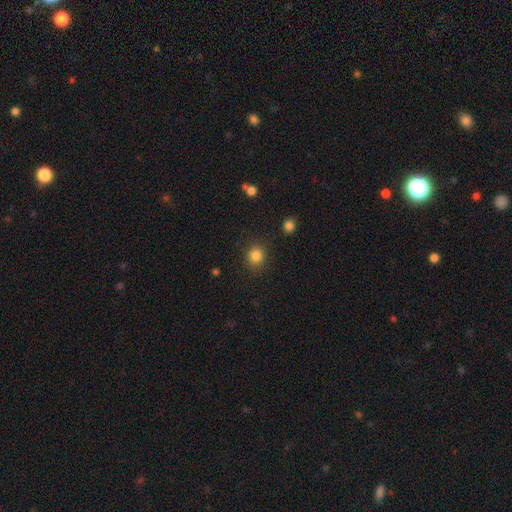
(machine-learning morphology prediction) A smooth galaxy with no disk features (85%) that is round (85%). Merging: none (87%).